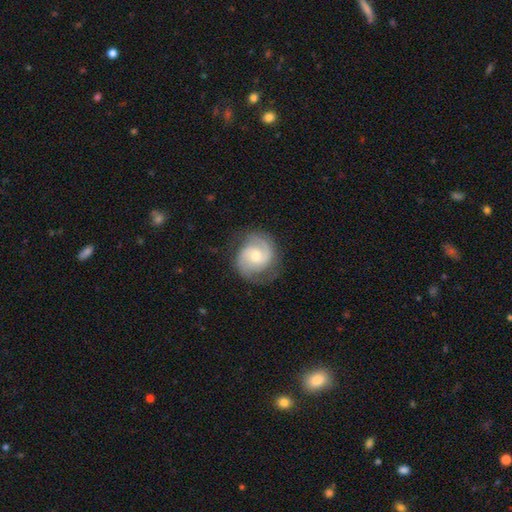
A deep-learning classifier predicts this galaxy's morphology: featured or disk 83%, smooth 12%, star or artifact 5%. Down the decision tree: edge-on disk — no (98%); bar — no (51%); spiral arms — yes (97%); spiral arm count — 2 (86%); spiral winding — medium (47%); bulge size — moderate (59%); merging — none (76%).